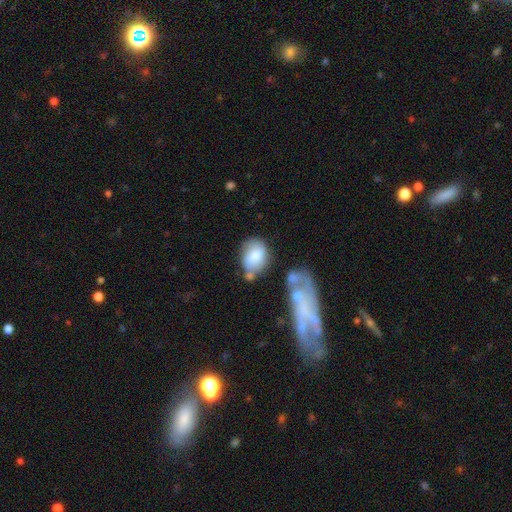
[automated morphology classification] The model was most divided on "merging": none: 47%, minor disturbance: 26%, merger: 17%, major disturbance: 10%. More confident: smooth or featured — smooth (72%); how rounded — in between (64%).